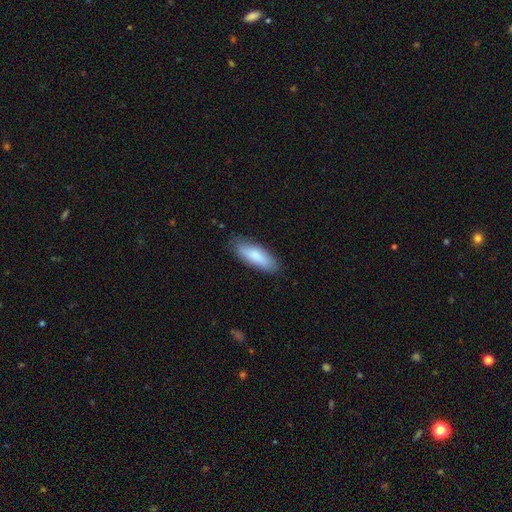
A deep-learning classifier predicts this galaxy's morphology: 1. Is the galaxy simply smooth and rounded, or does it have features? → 84% smooth, 11% featured or disk, 6% star or artifact.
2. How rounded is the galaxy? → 62% in between, 36% cigar-shaped, 2% round.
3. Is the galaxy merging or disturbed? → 82% none, 14% minor disturbance, 3% major disturbance, 1% merger.